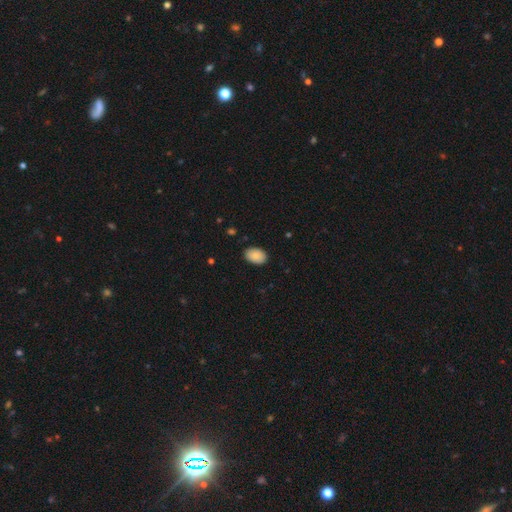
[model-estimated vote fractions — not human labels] Smooth or featured?
  - smooth: 85% *
  - featured or disk: 8%
  - star or artifact: 7%
How rounded?
  - in between: 86% *
  - round: 13%
  - cigar-shaped: 1%
Merging?
  - none: 87% *
  - minor disturbance: 10%
  - major disturbance: 2%
  - merger: 1%